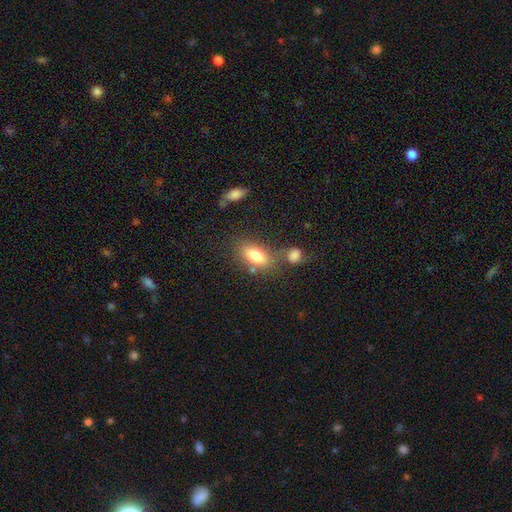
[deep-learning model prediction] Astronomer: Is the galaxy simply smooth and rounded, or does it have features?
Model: smooth — 78%.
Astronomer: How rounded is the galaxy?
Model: in between — 86%.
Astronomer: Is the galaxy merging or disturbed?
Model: none — 61%.